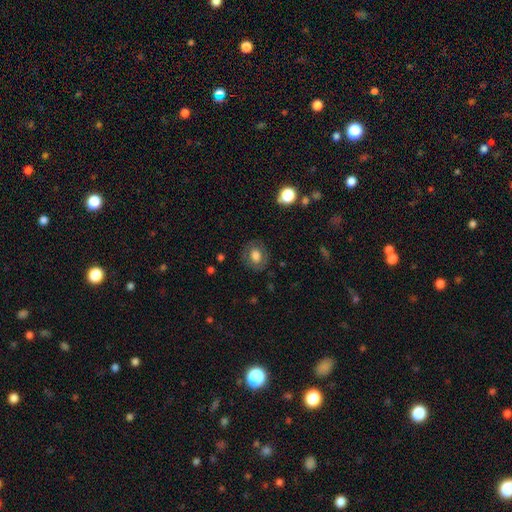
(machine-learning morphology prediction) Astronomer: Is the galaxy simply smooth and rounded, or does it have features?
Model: smooth — 66%.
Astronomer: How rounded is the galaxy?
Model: round — 58% (runner-up: in between, 41%).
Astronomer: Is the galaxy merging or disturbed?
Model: none — 80%.